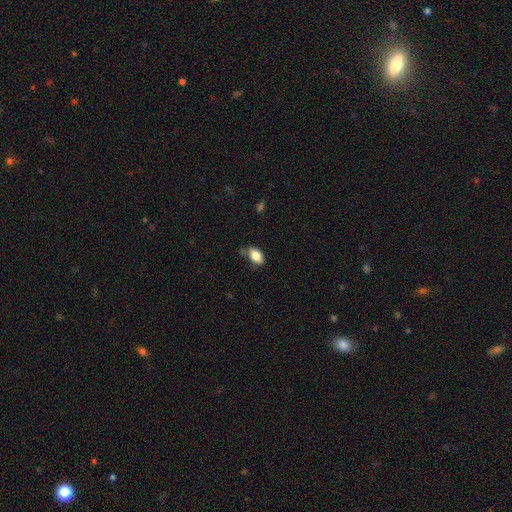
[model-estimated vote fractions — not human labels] Smooth or featured?
  - smooth: 81% *
  - featured or disk: 11%
  - star or artifact: 8%
How rounded?
  - in between: 90% *
  - round: 6%
  - cigar-shaped: 4%
Merging?
  - none: 60% *
  - minor disturbance: 27%
  - major disturbance: 6%
  - merger: 6%